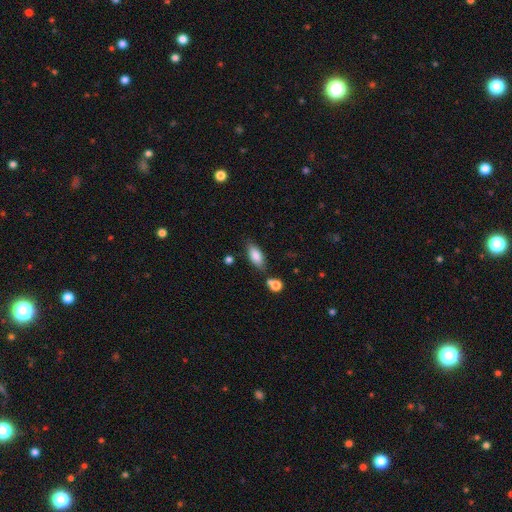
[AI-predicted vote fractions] Smooth or featured? smooth (82%)
How rounded? in between (85%)
Merging? none (72%)